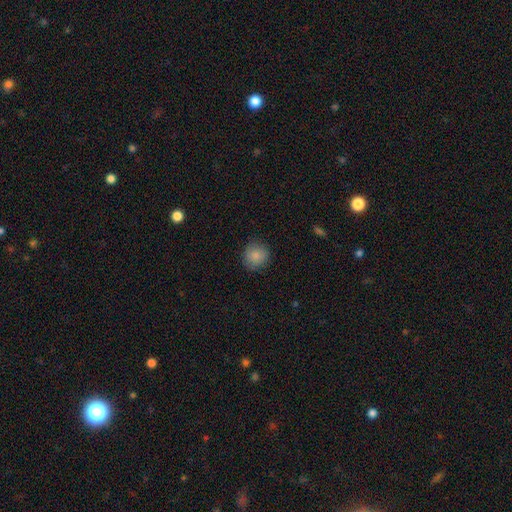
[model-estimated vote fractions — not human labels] A smooth galaxy with no disk features (86%) that is round (90%).

Vote fractions:
- Smooth or featured? smooth: 86% / star or artifact: 9% / featured or disk: 5%
- How rounded? round: 90% / in between: 9% / cigar-shaped: 1%
- Merging? none: 86% / minor disturbance: 10% / major disturbance: 3% / merger: 1%